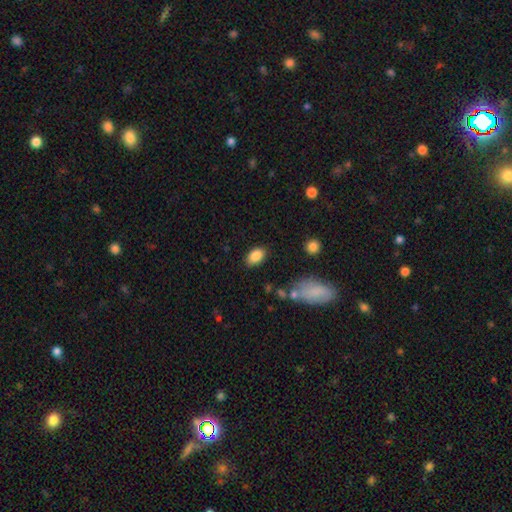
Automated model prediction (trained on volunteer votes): Smooth or featured? smooth (86%)
How rounded? in between (90%)
Merging? none (84%)